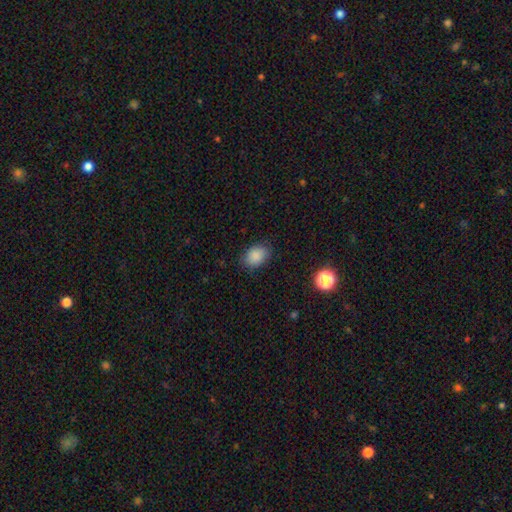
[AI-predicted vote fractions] A smooth galaxy with no disk features (87%) that is in between round and cigar-shaped (74%). Merging: none (83%).